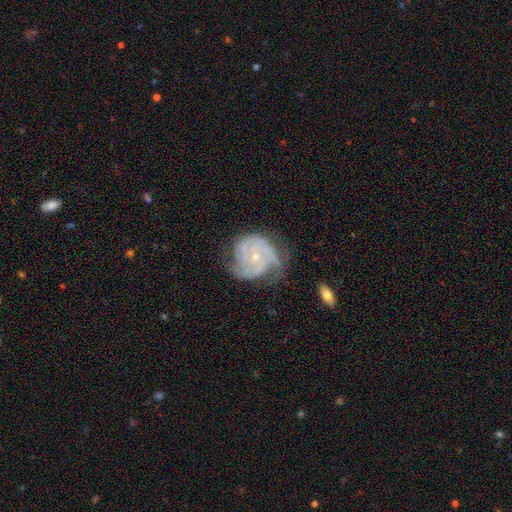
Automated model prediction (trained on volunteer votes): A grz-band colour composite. It shows a featured or disk galaxy (85%) with no bar (73%), 3 (40%) tight (61%) spiral arms (96%) and a small central bulge (76%). Merging: none (54%).